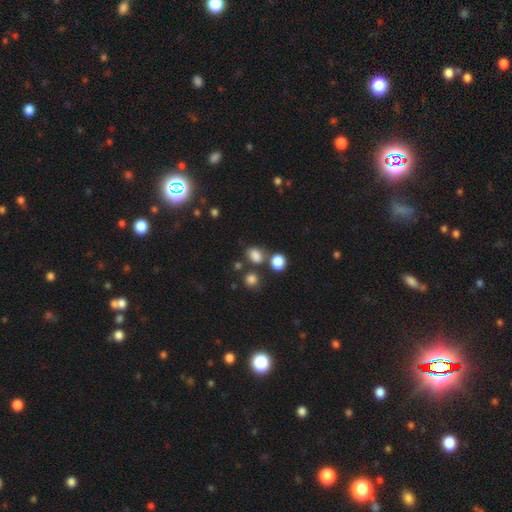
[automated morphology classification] Smooth or featured: smooth — 80% (star or artifact — 15%)
How rounded: in between — 58% (round — 40%)
Merging: none — 65% (merger — 16%)